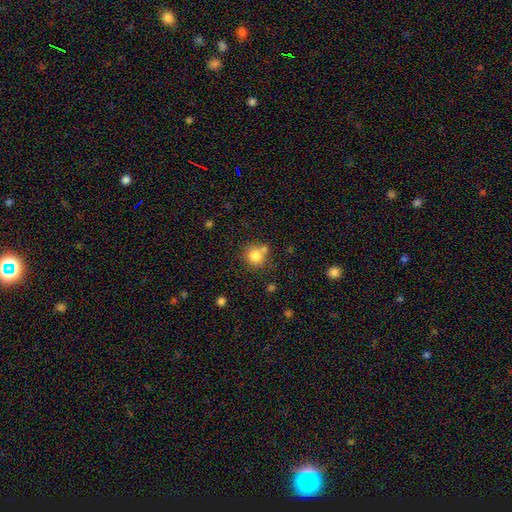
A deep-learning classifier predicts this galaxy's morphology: smooth_or_featured: smooth (p=0.81) [alt: star or artifact p=0.11]
how_rounded: round (p=0.87) [alt: in between p=0.12]
merging: none (p=0.60) [alt: merger p=0.25]